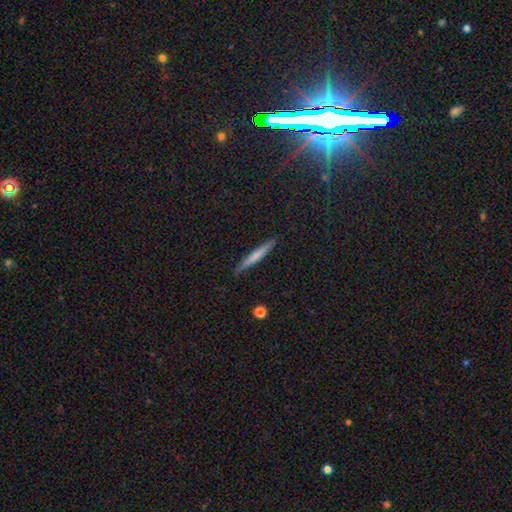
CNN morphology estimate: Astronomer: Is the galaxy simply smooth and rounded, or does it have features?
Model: smooth — 56% (runner-up: featured or disk, 36%).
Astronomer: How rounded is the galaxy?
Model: cigar-shaped — 95%.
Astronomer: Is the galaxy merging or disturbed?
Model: none — 88%.